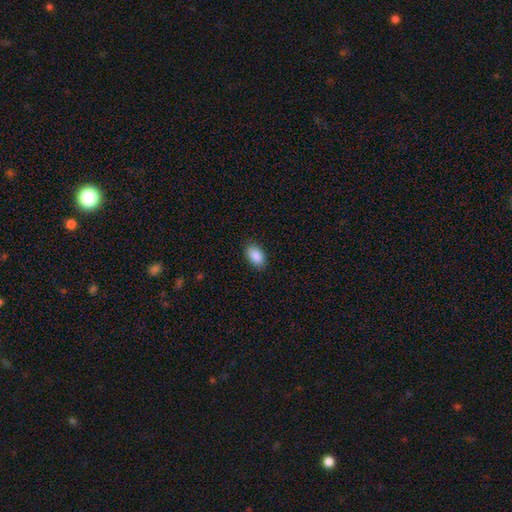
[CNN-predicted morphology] Smooth or featured: smooth — 89% (star or artifact — 7%)
How rounded: in between — 92% (round — 6%)
Merging: none — 88% (minor disturbance — 9%)